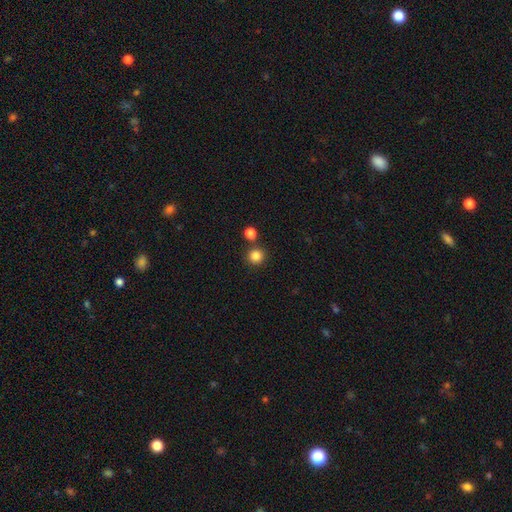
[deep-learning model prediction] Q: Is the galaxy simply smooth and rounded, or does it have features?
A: smooth — 84%.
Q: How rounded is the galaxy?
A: round — 93%.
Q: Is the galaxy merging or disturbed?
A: none — 80%.